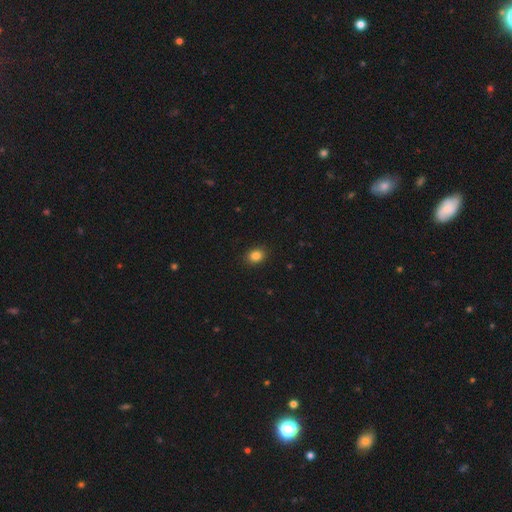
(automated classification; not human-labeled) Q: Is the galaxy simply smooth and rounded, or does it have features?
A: smooth — 86%.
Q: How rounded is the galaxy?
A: in between — 52%.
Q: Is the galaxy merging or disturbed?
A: none — 90%.